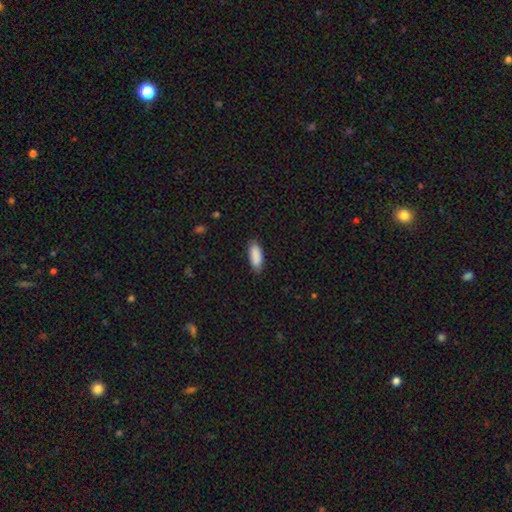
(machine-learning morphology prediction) Smooth or featured?
  - smooth: 90% *
  - star or artifact: 6%
  - featured or disk: 4%
How rounded?
  - in between: 78% *
  - cigar-shaped: 20%
  - round: 2%
Merging?
  - none: 86% *
  - minor disturbance: 11%
  - major disturbance: 2%
  - merger: 1%